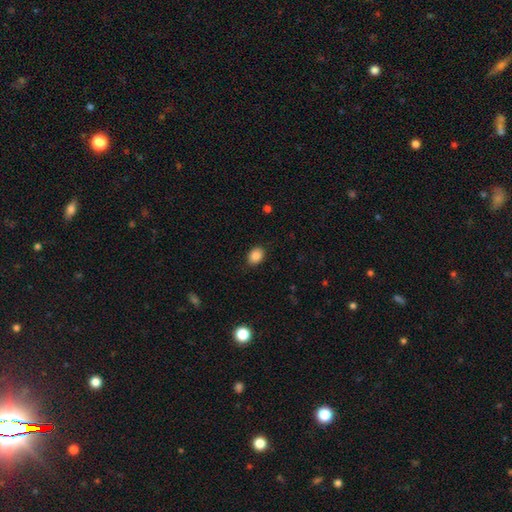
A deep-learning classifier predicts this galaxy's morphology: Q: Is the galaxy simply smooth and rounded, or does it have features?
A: smooth — 87%.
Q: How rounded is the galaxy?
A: in between — 69%.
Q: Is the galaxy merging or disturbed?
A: none — 87%.